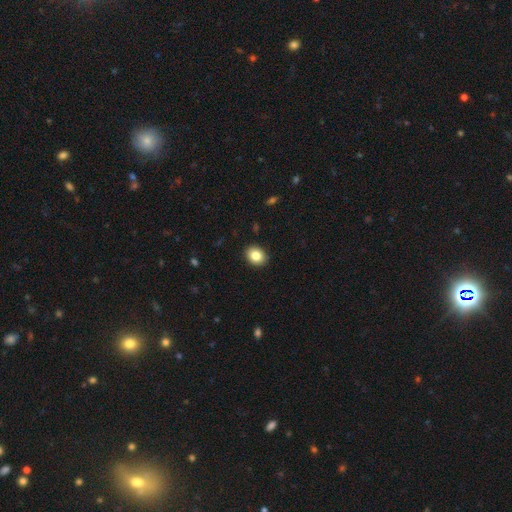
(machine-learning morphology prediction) This appears to be a smooth galaxy with no disk features (84%) that is round (51%). Merging: none (90%).